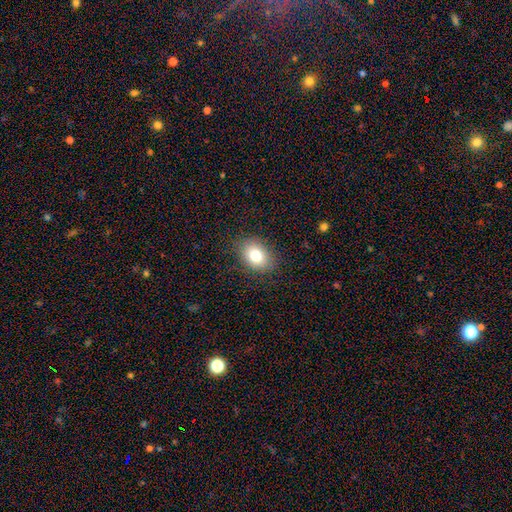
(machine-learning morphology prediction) A smooth galaxy with no disk features (79%) that is in between round and cigar-shaped (65%).

Vote fractions:
- Smooth or featured? smooth: 79% / featured or disk: 10% / star or artifact: 10%
- How rounded? in between: 65% / round: 34% / cigar-shaped: 1%
- Merging? none: 85% / minor disturbance: 10% / major disturbance: 3% / merger: 1%